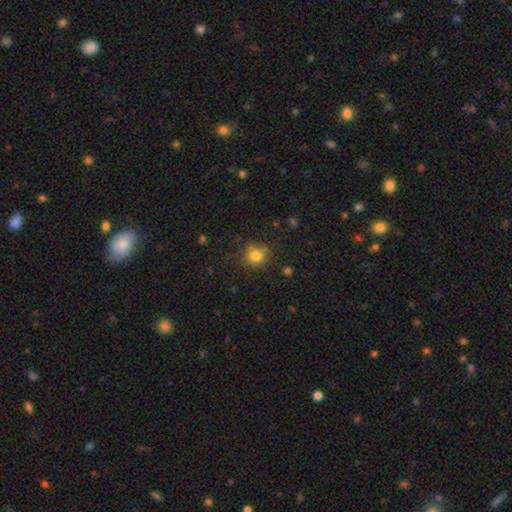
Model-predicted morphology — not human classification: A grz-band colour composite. It shows a smooth galaxy with no disk features (81%) that is round (87%). Merging: none (77%).